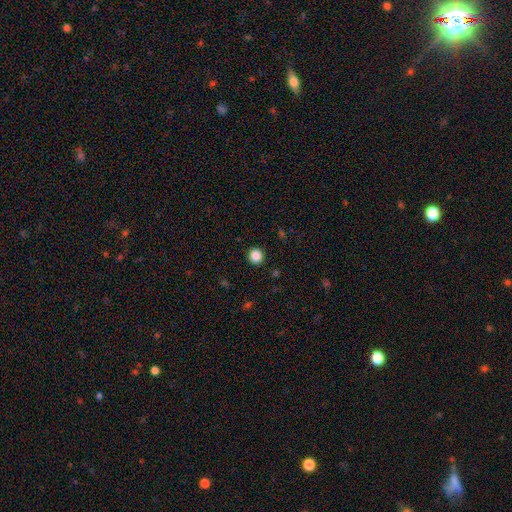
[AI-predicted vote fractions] This is clearly a smooth galaxy (86%). How rounded: clearly round (93%). Merging: clearly none (93%).